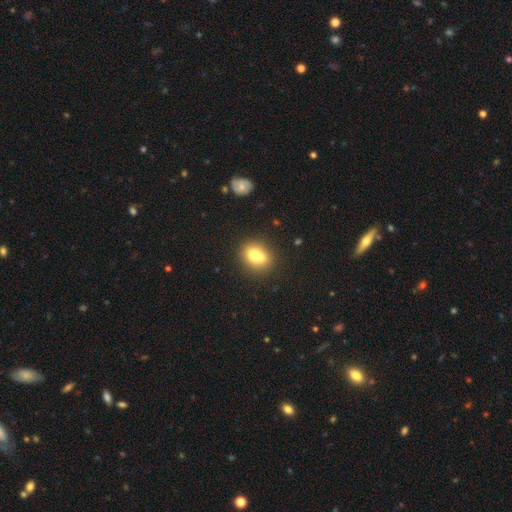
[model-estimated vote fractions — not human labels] Q: Smooth or featured?
A: smooth (72%); runner-up: featured or disk (18%)
Q: How rounded?
A: in between (62%); runner-up: round (34%)
Q: Merging?
A: none (54%); runner-up: merger (28%)